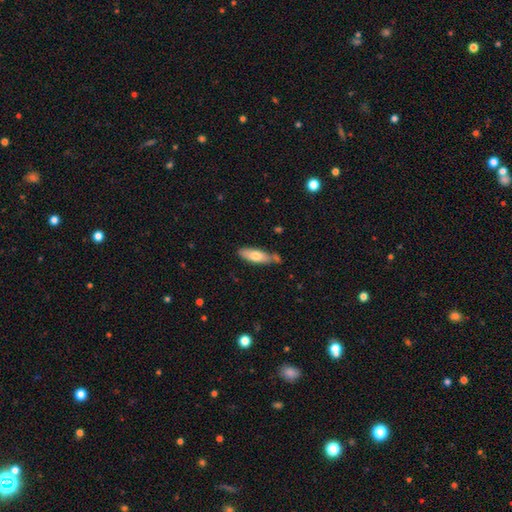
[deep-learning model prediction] Morphology: type=smooth (69%); roundness=in between (53%); merging=none (66%).